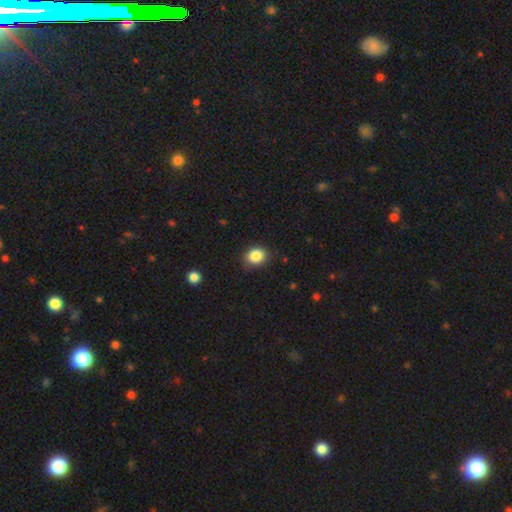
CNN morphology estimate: The model was most divided on "how rounded": round: 68%, in between: 32%, cigar-shaped: 1%. More confident: merging — none (86%); smooth or featured — smooth (86%).